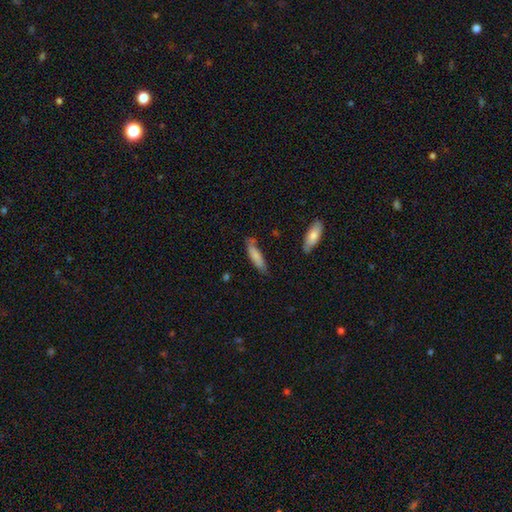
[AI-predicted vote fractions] smooth_or_featured: smooth (p=0.80) [alt: featured or disk p=0.14]
how_rounded: cigar-shaped (p=0.74) [alt: in between p=0.25]
merging: none (p=0.70) [alt: minor disturbance p=0.22]